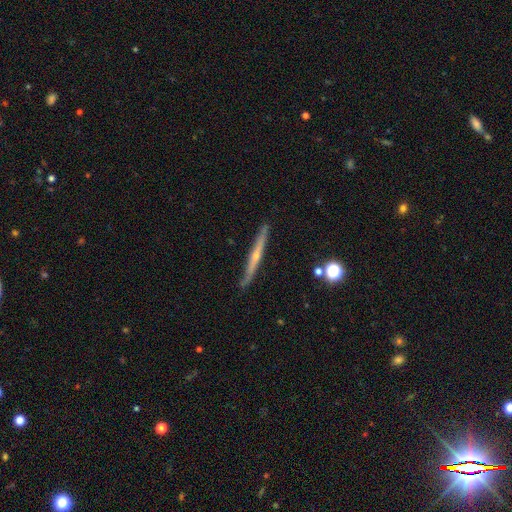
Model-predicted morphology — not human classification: A featured or disk galaxy (73%) viewed edge-on (97%) with a rounded central bulge (71%).

Vote fractions:
- Smooth or featured? featured or disk: 73% / smooth: 20% / star or artifact: 7%
- Edge-on disk? yes: 97% / no: 3%
- Edge-on bulge? rounded: 71% / none: 26% / boxy: 3%
- Merging? none: 86% / minor disturbance: 10% / major disturbance: 2% / merger: 1%